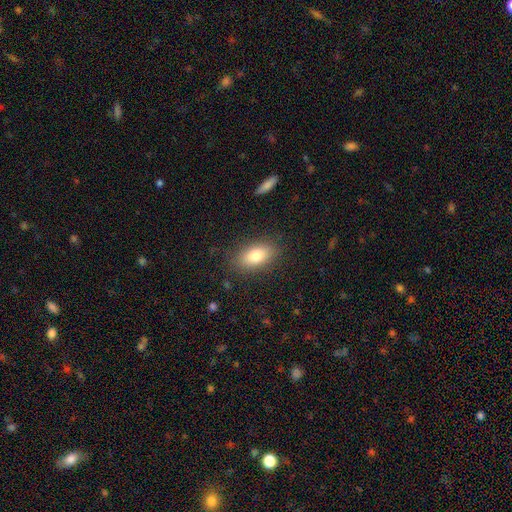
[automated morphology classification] This is likely a smooth galaxy (79%). How rounded: clearly in between (88%). Merging: clearly none (85%).